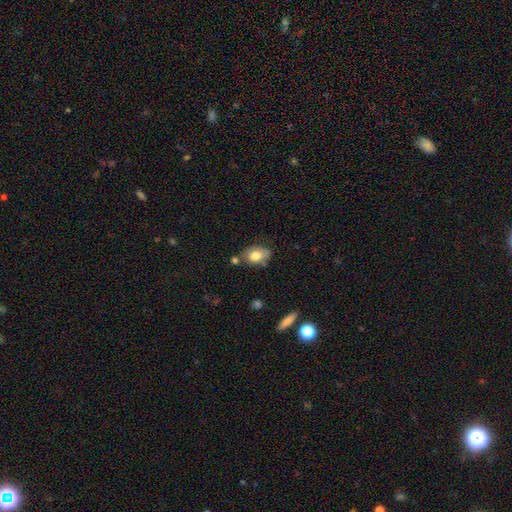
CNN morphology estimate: Smooth or featured? smooth (76%)
How rounded? in between (81%)
Merging? none (62%)